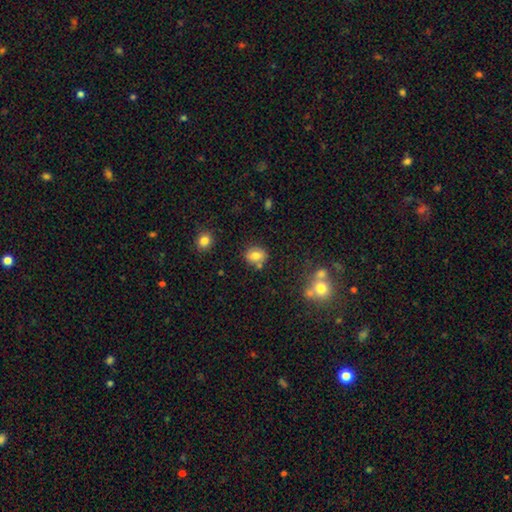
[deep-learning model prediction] Smooth or featured?
  - smooth: 77% *
  - featured or disk: 11%
  - star or artifact: 11%
How rounded?
  - round: 66% *
  - in between: 33%
  - cigar-shaped: 1%
Merging?
  - none: 74% *
  - minor disturbance: 12%
  - merger: 11%
  - major disturbance: 3%